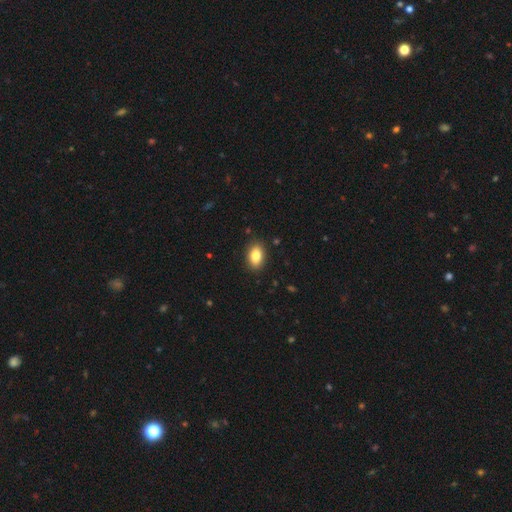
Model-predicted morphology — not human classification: Smooth or featured: smooth — 84% (star or artifact — 8%)
How rounded: in between — 89% (round — 8%)
Merging: none — 89% (minor disturbance — 8%)